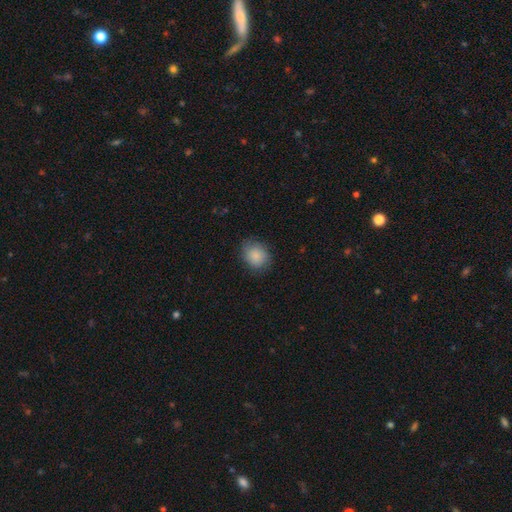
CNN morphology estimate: Overall: smooth (87%). How rounded: round (63%; in between 36%). Merging: none (80%).